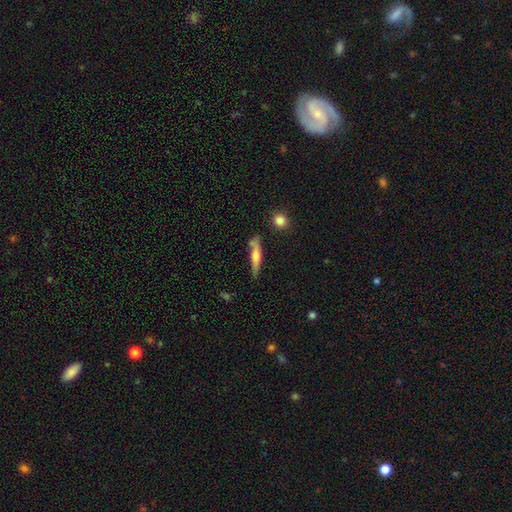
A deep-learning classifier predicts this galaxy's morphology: The model was most divided on "smooth or featured": smooth: 51%, featured or disk: 42%, star or artifact: 6%. More confident: how rounded — cigar-shaped (87%); merging — none (72%).